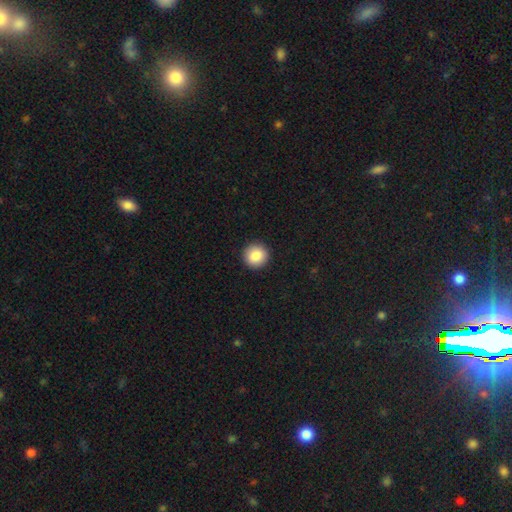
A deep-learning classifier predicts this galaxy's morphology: Q: Smooth or featured?
A: smooth (87%); runner-up: star or artifact (8%)
Q: How rounded?
A: round (94%); runner-up: in between (5%)
Q: Merging?
A: none (93%); runner-up: minor disturbance (5%)